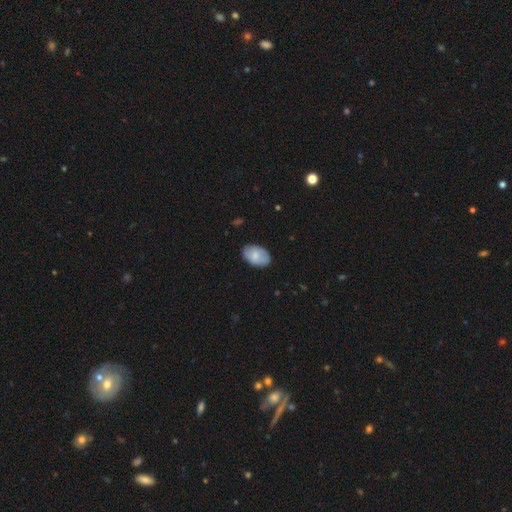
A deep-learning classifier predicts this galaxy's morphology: Q: Smooth or featured?
A: smooth (73%); runner-up: featured or disk (21%)
Q: How rounded?
A: in between (89%); runner-up: round (10%)
Q: Merging?
A: none (80%); runner-up: minor disturbance (16%)